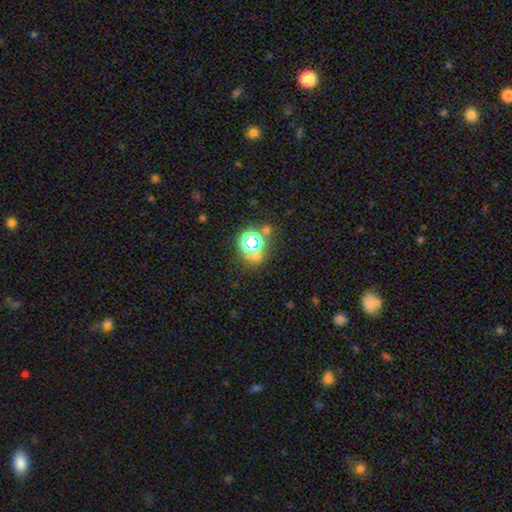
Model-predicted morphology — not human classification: A star or artifact, not a galaxy (58%).

Vote fractions:
- Smooth or featured? star or artifact: 58% / smooth: 31% / featured or disk: 11%